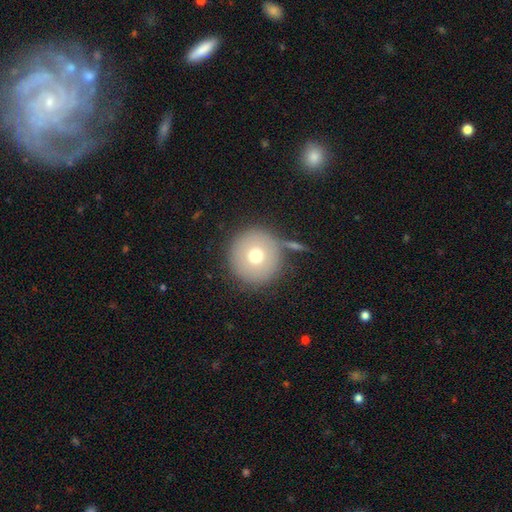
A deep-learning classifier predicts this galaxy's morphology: Smooth or featured?
  - smooth: 71% *
  - featured or disk: 19%
  - star or artifact: 11%
How rounded?
  - round: 96% *
  - in between: 3%
  - cigar-shaped: 1%
Merging?
  - none: 80% *
  - minor disturbance: 9%
  - merger: 7%
  - major disturbance: 4%